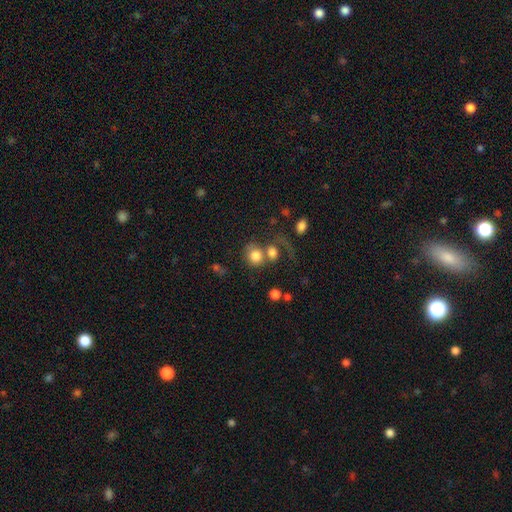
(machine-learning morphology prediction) Smooth or featured? Predicted: smooth (p=0.77). How rounded? Predicted: round (p=0.74). Merging? Predicted: merger (p=0.44).